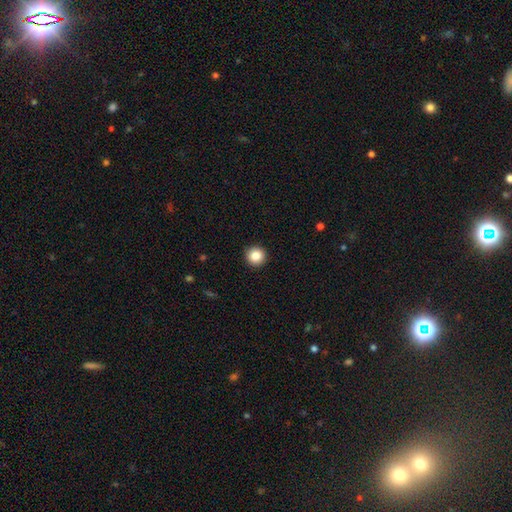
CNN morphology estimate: smooth 86%, star or artifact 9%, featured or disk 5%. Down the decision tree: how rounded — round (96%); merging — none (93%).